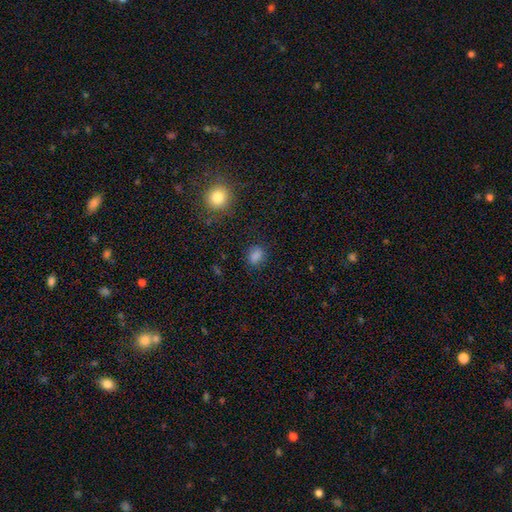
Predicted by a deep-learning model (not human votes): This appears to be a smooth galaxy with no disk features (81%) that is in between round and cigar-shaped (53%). Merging: none (83%).